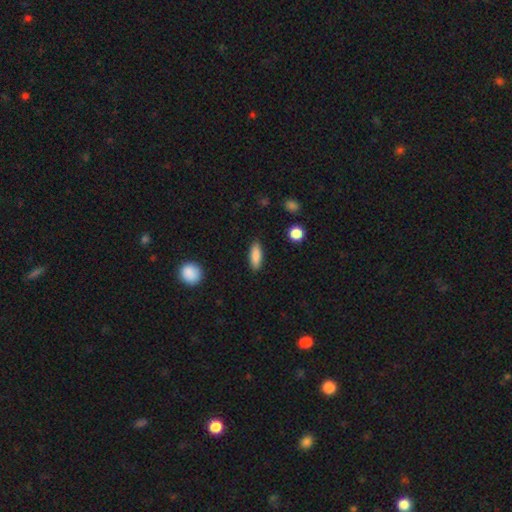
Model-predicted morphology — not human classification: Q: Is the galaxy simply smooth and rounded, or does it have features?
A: smooth — 86%.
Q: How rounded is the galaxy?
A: in between — 58%.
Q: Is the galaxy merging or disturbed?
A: none — 88%.